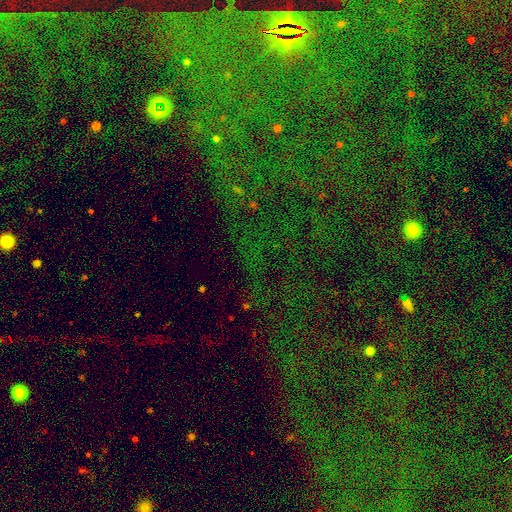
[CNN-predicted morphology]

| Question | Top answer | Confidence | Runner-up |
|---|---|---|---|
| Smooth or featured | star or artifact | 76% | smooth (13%) |